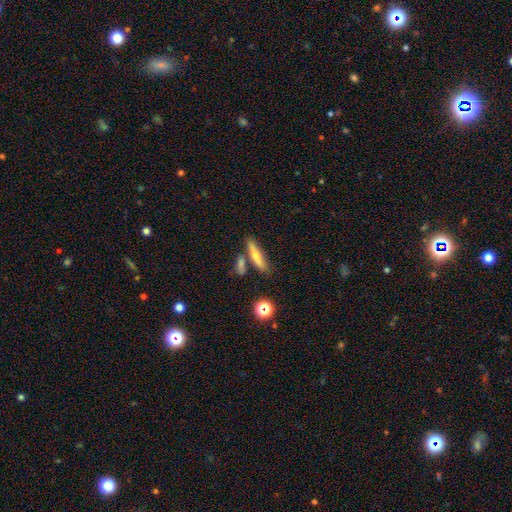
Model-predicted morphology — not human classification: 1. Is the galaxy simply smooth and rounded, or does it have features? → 54% smooth, 35% featured or disk, 11% star or artifact.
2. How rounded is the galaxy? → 80% cigar-shaped, 17% in between, 4% round.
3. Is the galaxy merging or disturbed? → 69% none, 16% merger, 12% minor disturbance, 4% major disturbance.